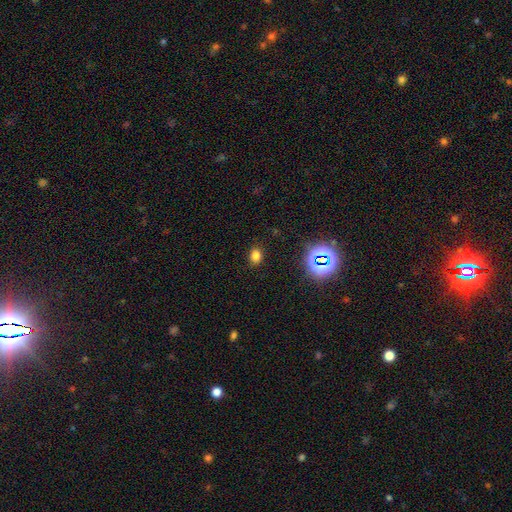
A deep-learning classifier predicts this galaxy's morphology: This is likely a smooth galaxy (75%). How rounded: possibly in between (59%). Merging: clearly none (87%).